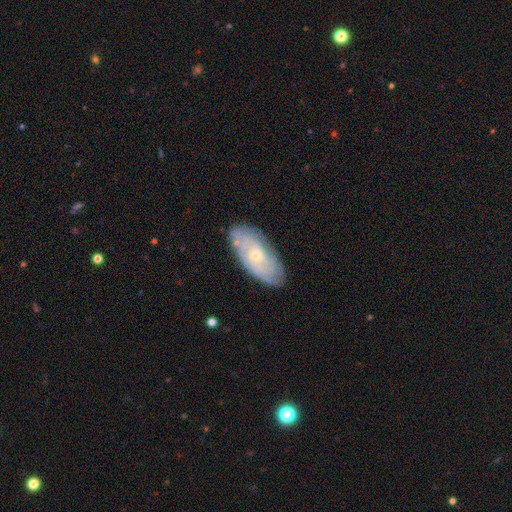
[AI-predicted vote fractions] Smooth or featured?
  - featured or disk: 69% *
  - smooth: 25%
  - star or artifact: 6%
Edge-on disk?
  - no: 91% *
  - yes: 9%
Bar?
  - no: 76% *
  - weak: 21%
  - strong: 4%
Spiral arms?
  - yes: 81% *
  - no: 19%
Spiral winding?
  - tight: 71% *
  - medium: 22%
  - loose: 7%
Spiral arm count?
  - can't tell: 61% *
  - 2: 14%
  - 3: 9%
  - 4: 8%
  - more than 4: 5%
  - 1: 4%
Bulge size?
  - small: 68% *
  - moderate: 29%
  - none: 1%
  - large: 1%
  - dominant: 1%
Merging?
  - none: 79% *
  - minor disturbance: 16%
  - major disturbance: 4%
  - merger: 2%